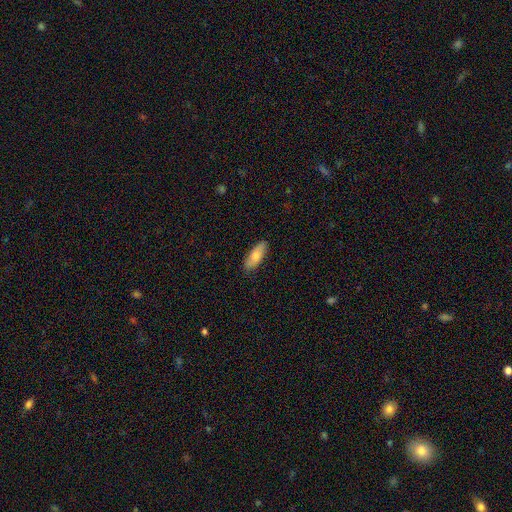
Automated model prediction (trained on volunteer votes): Overall: smooth (75%). How rounded: in between (71%). Merging: none (85%).